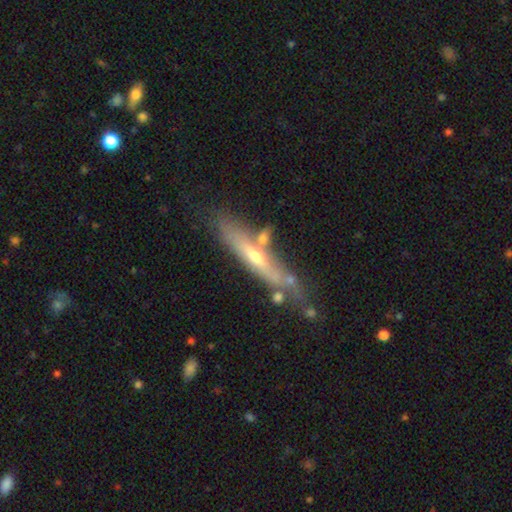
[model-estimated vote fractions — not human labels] Smooth or featured? Predicted: featured or disk (p=0.67). Edge-on disk? Predicted: yes (p=0.78). Edge-on bulge? Predicted: rounded (p=0.77). Merging? Predicted: none (p=0.62).